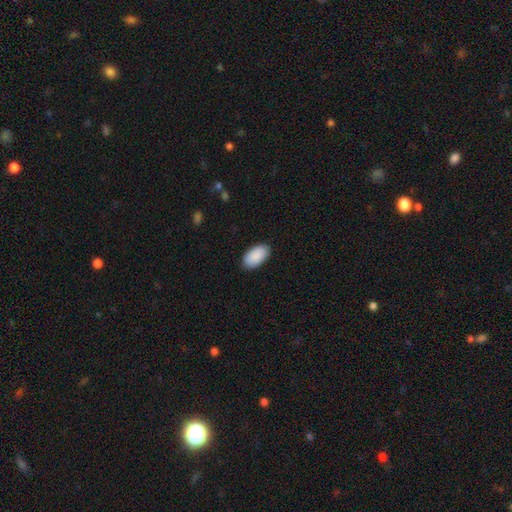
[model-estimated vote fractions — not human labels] smooth 91%, star or artifact 6%, featured or disk 3%. Down the decision tree: how rounded — in between (96%); merging — none (88%).